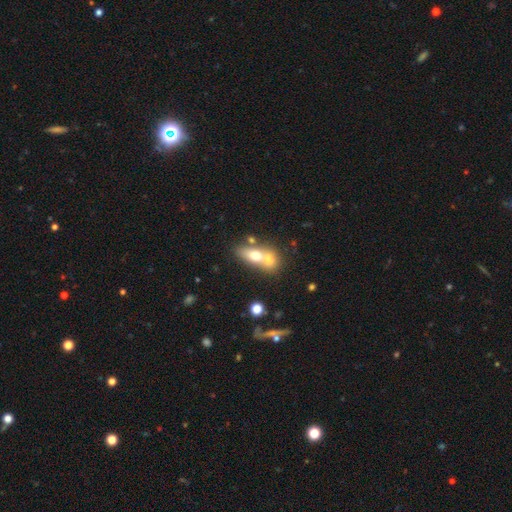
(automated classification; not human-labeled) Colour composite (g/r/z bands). It shows a smooth galaxy with no disk features (65%) that is in between round and cigar-shaped (66%). Merging: merger (68%).